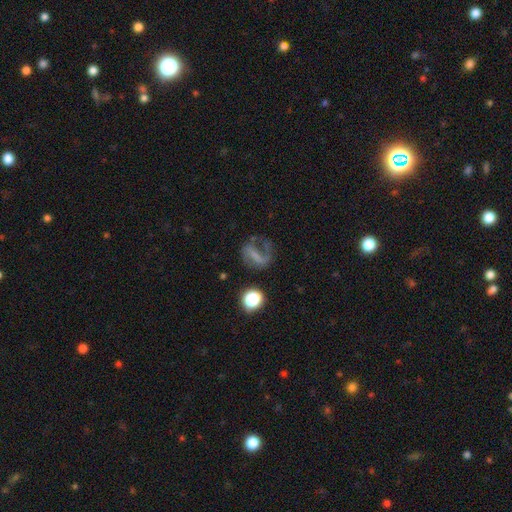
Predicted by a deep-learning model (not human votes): Smooth or featured: featured or disk — 55% (smooth — 28%)
Edge-on disk: no — 96% (yes — 4%)
Bar: strong — 45% (weak — 28%)
Spiral arms: yes — 73% (no — 27%)
Bulge size: none — 61% (small — 21%)
Merging: none — 43% (major disturbance — 34%)